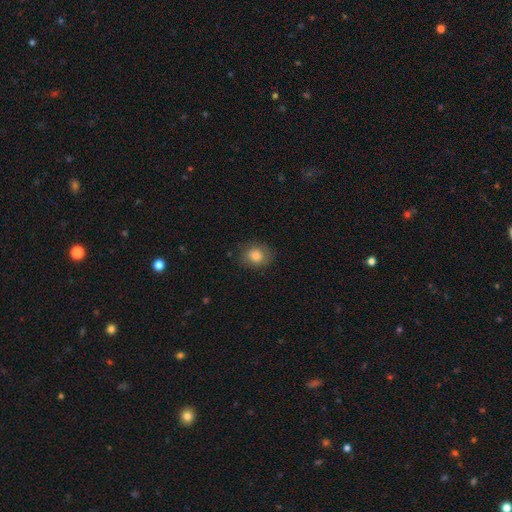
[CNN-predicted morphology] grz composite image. It shows a smooth galaxy with no disk features (82%) that is round (60%). Merging: none (78%).